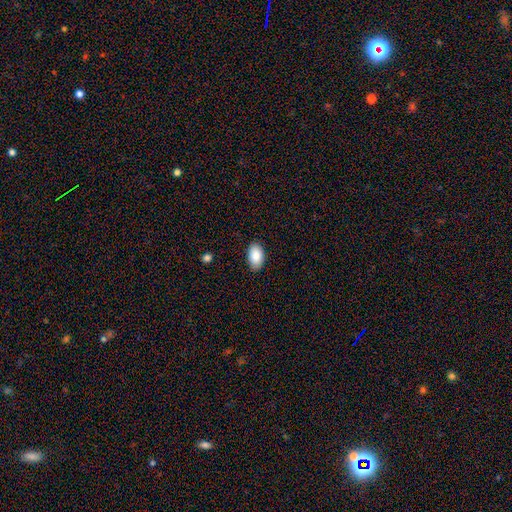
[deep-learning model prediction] Smooth or featured? Predicted: smooth (p=0.87). How rounded? Predicted: in between (p=0.94). Merging? Predicted: none (p=0.87).